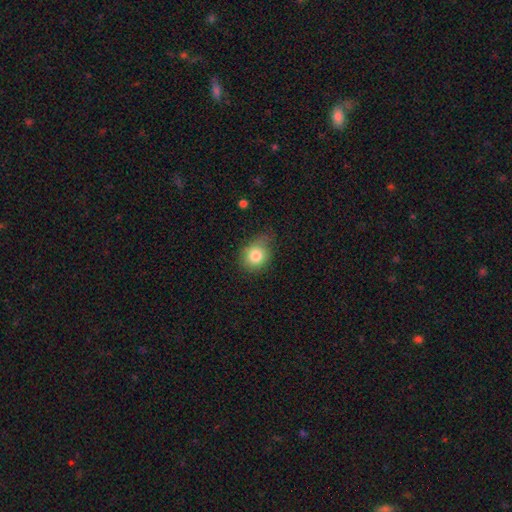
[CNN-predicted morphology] Smooth or featured: smooth — 81% (star or artifact — 10%)
How rounded: round — 65% (in between — 34%)
Merging: none — 57% (minor disturbance — 32%)